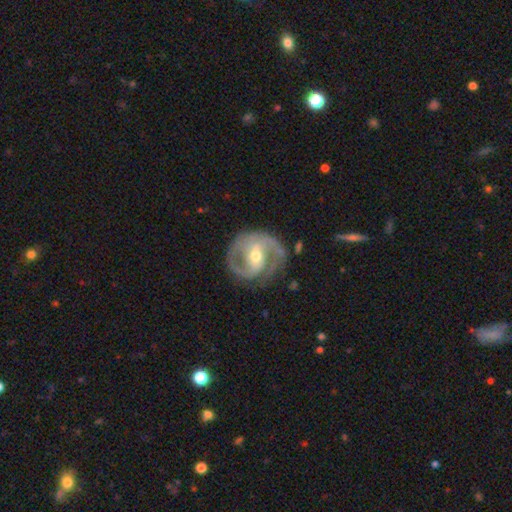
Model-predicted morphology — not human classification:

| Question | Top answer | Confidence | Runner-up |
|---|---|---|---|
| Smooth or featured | featured or disk | 90% | smooth (6%) |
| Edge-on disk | no | 98% | yes (2%) |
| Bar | weak | 43% | strong (35%) |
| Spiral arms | yes | 97% | no (3%) |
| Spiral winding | medium | 50% | tight (38%) |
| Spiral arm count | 2 | 82% | 3 (6%) |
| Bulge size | moderate | 60% | small (36%) |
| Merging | none | 75% | minor disturbance (16%) |